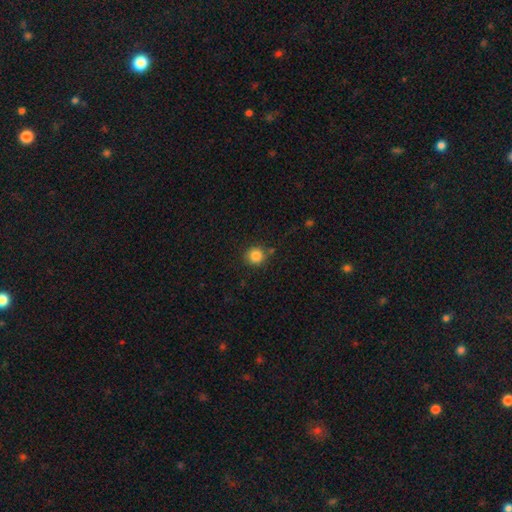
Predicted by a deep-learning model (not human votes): Overall: smooth (85%). How rounded: round (93%). Merging: none (82%).